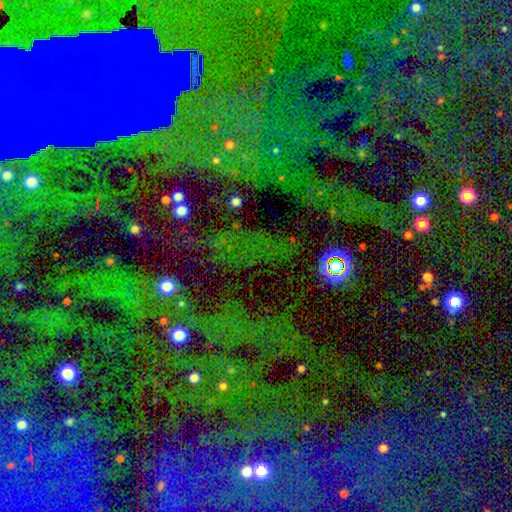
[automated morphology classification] Smooth or featured?
  - star or artifact: 72% *
  - smooth: 15%
  - featured or disk: 13%